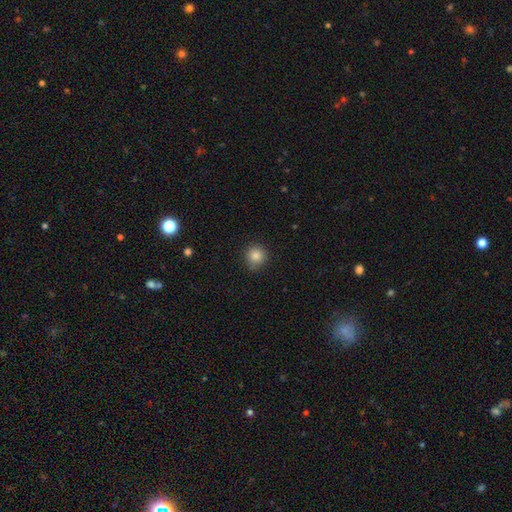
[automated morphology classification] Smooth or featured: smooth — 85% (star or artifact — 11%)
How rounded: round — 93% (in between — 6%)
Merging: none — 83% (minor disturbance — 13%)